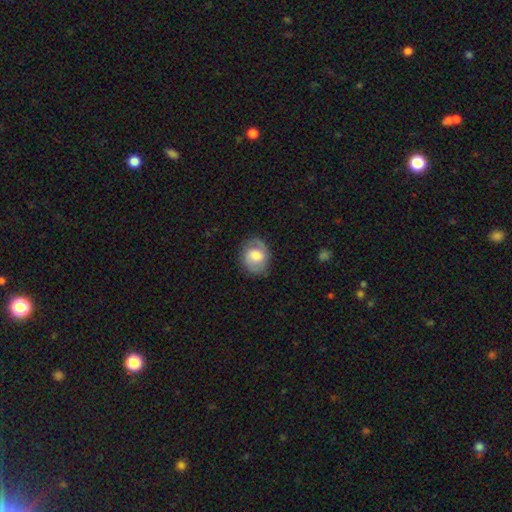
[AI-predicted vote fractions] smooth 49%, featured or disk 43%, star or artifact 8%. Down the decision tree: merging — none (76%).